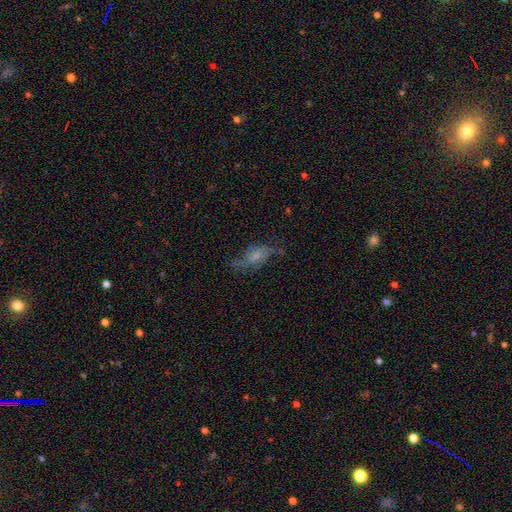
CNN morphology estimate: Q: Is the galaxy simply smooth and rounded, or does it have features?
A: featured or disk — 45%.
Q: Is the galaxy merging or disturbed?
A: none — 47%.